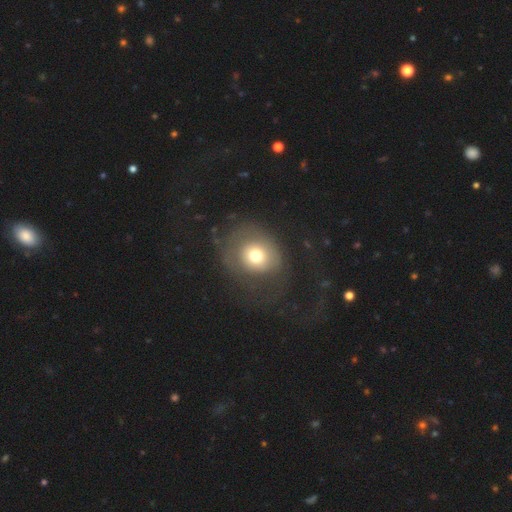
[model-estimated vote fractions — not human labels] This is likely a smooth galaxy (65%). How rounded: likely round (76%). Merging: possibly none (47%).